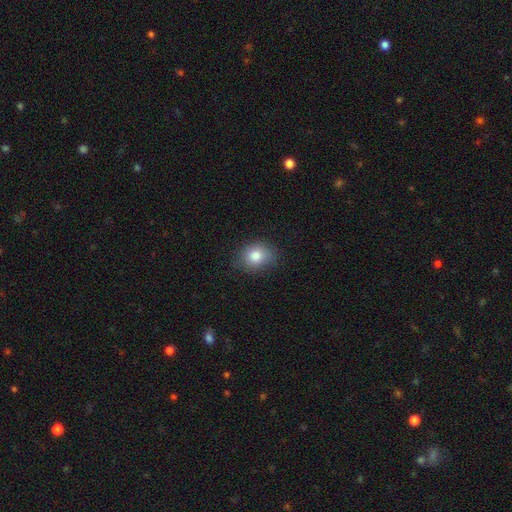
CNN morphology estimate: Smooth or featured?
  - smooth: 82% *
  - star or artifact: 10%
  - featured or disk: 8%
How rounded?
  - round: 60% *
  - in between: 39%
  - cigar-shaped: 1%
Merging?
  - none: 78% *
  - minor disturbance: 17%
  - major disturbance: 4%
  - merger: 1%